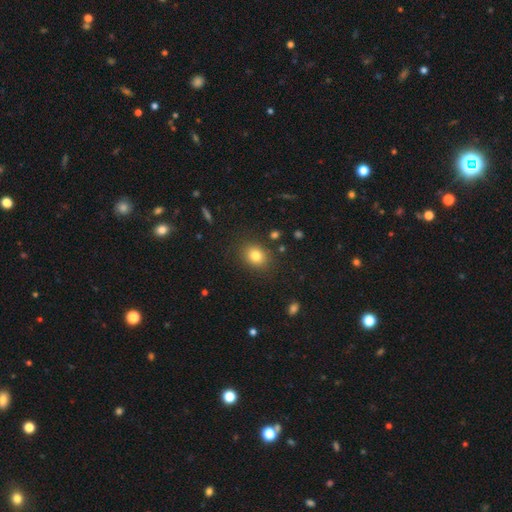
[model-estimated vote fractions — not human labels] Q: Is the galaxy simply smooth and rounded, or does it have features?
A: smooth — 80%.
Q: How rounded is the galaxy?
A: round — 51%.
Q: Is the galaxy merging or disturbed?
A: none — 86%.